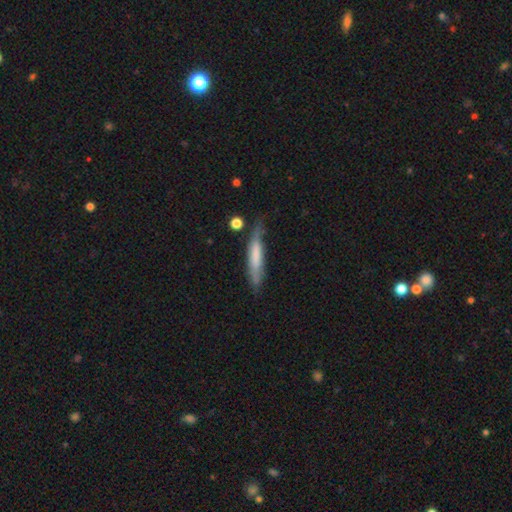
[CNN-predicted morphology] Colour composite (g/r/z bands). It shows a smooth galaxy with no disk features (57%) that is cigar-shaped (89%). Merging: none (58%).